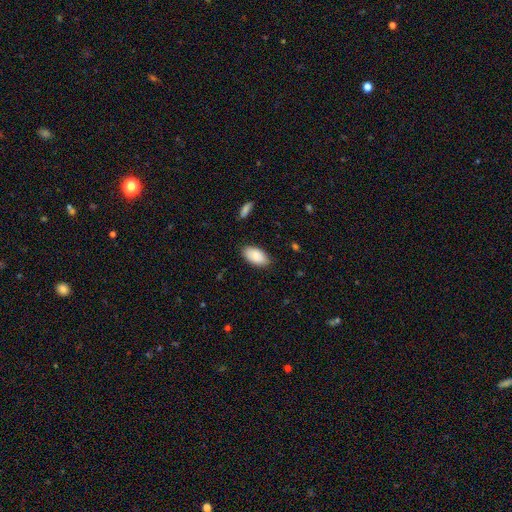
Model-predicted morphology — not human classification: Smooth or featured: smooth — 85% (featured or disk — 8%)
How rounded: in between — 95% (round — 2%)
Merging: none — 84% (minor disturbance — 12%)